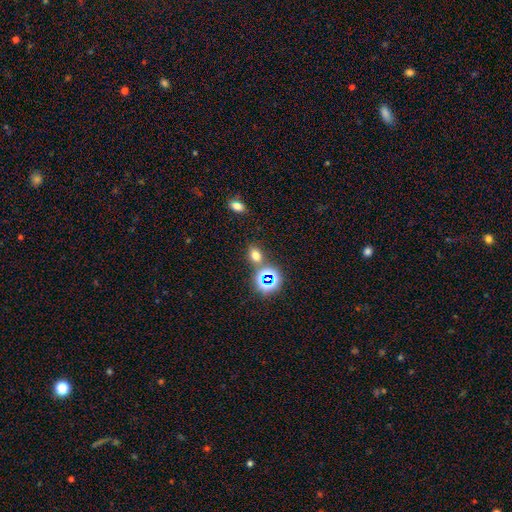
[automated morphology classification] This is likely a smooth galaxy (65%). How rounded: likely in between (63%). Merging: likely none (75%).